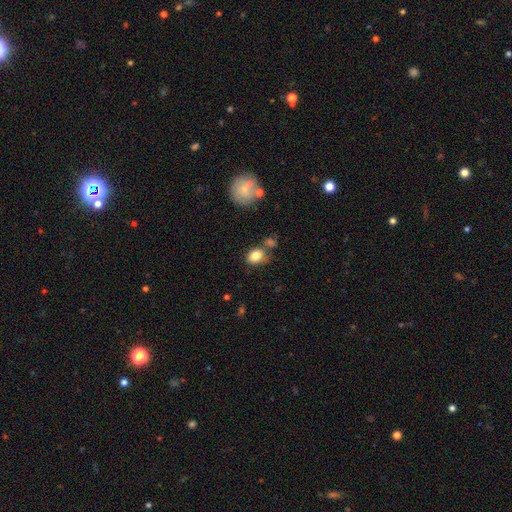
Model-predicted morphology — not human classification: type=smooth (82%); roundness=in between (61%); merging=none (63%).